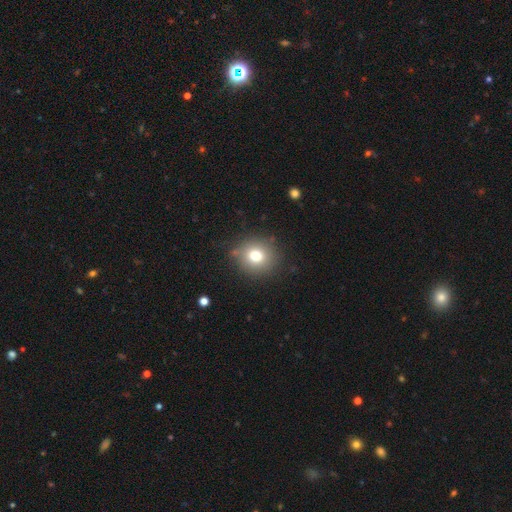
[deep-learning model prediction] Smooth or featured?
  - smooth: 76% *
  - star or artifact: 13%
  - featured or disk: 11%
How rounded?
  - round: 86% *
  - in between: 13%
  - cigar-shaped: 1%
Merging?
  - none: 85% *
  - minor disturbance: 10%
  - major disturbance: 3%
  - merger: 2%